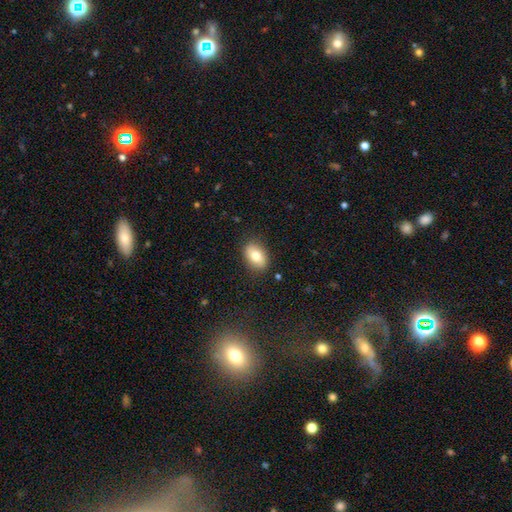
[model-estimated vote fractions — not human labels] Q: Smooth or featured?
A: smooth (78%); runner-up: featured or disk (15%)
Q: How rounded?
A: in between (88%); runner-up: round (10%)
Q: Merging?
A: none (85%); runner-up: minor disturbance (11%)